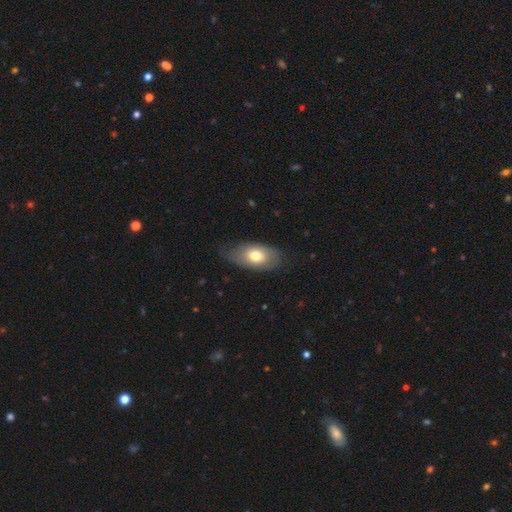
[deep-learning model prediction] The model was most divided on "merging": none: 65%, minor disturbance: 27%, major disturbance: 7%, merger: 1%. More confident: how rounded — in between (91%); smooth or featured — smooth (68%).